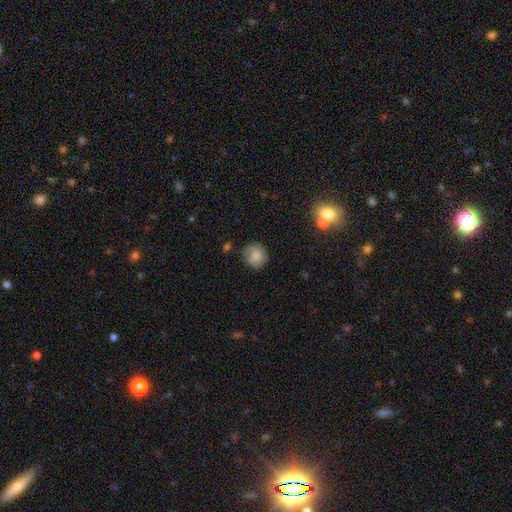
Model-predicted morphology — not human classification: Q: Smooth or featured?
A: smooth (82%); runner-up: featured or disk (9%)
Q: How rounded?
A: round (87%); runner-up: in between (12%)
Q: Merging?
A: none (79%); runner-up: minor disturbance (15%)